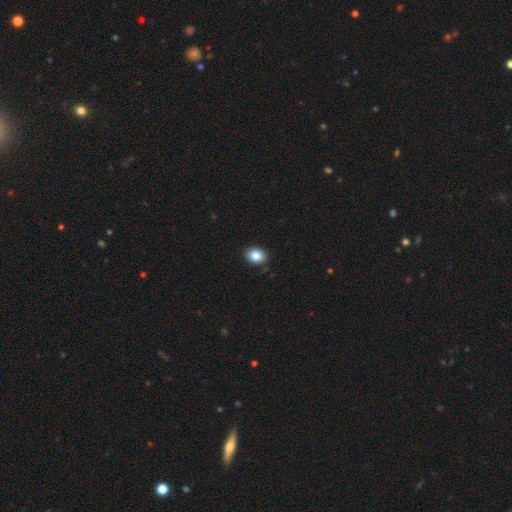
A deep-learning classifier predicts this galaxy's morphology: Q: Smooth or featured?
A: smooth (85%); runner-up: star or artifact (9%)
Q: How rounded?
A: in between (61%); runner-up: round (38%)
Q: Merging?
A: none (89%); runner-up: minor disturbance (8%)